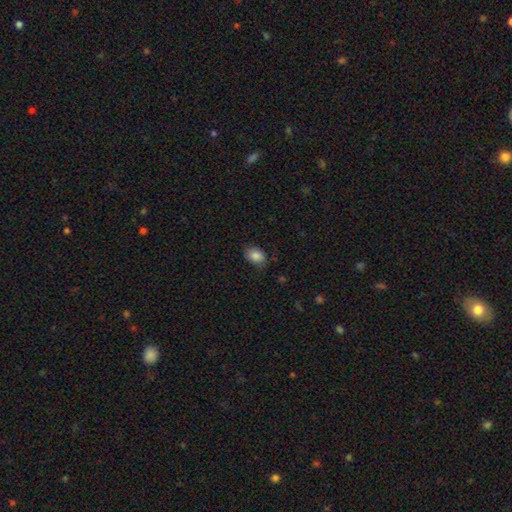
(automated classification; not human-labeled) smooth-or-featured: smooth: 85% | star or artifact: 9% | featured or disk: 6%
  how-rounded: in between: 69% | round: 30% | cigar-shaped: 1%
  merging: none: 78% | minor disturbance: 18% | major disturbance: 4% | merger: 1%